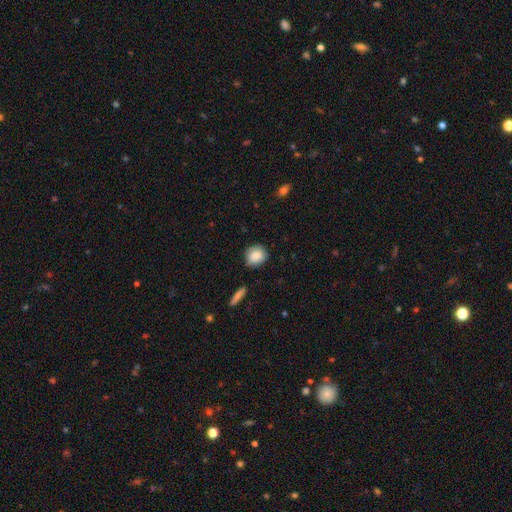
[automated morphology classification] Smooth or featured? smooth (86%)
How rounded? round (77%)
Merging? none (81%)